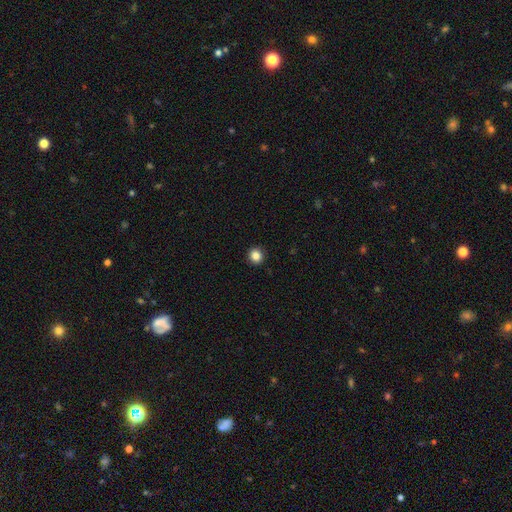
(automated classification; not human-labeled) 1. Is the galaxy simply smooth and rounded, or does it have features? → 85% smooth, 11% star or artifact, 4% featured or disk.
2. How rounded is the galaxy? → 92% round, 7% in between, 1% cigar-shaped.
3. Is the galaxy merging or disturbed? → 93% none, 5% minor disturbance, 2% major disturbance, 1% merger.